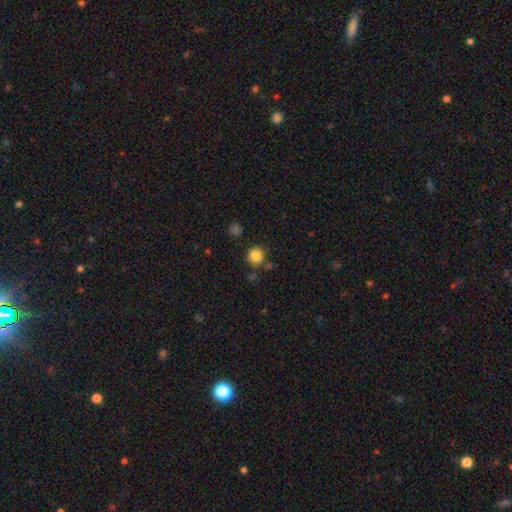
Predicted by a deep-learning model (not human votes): smooth-or-featured: smooth: 85% | star or artifact: 11% | featured or disk: 4%
  how-rounded: round: 89% | in between: 10% | cigar-shaped: 1%
  merging: none: 82% | minor disturbance: 10% | merger: 6% | major disturbance: 3%